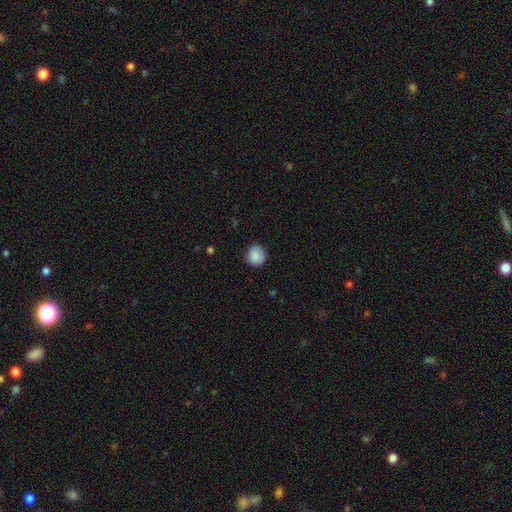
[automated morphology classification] This appears to be a smooth galaxy with no disk features (88%) that is round (89%). Merging: none (85%).